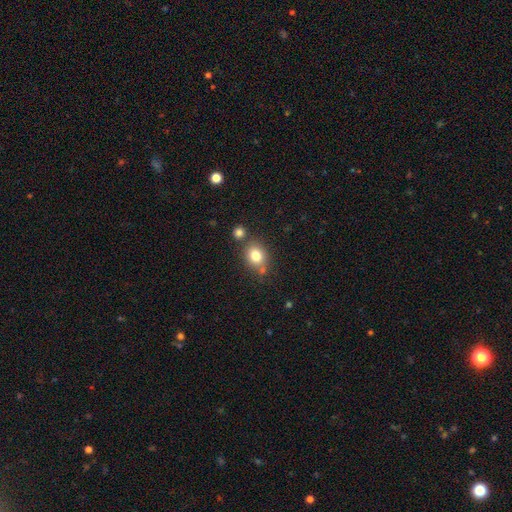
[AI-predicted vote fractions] The model was most divided on "how rounded": round: 58%, in between: 41%, cigar-shaped: 1%. More confident: smooth or featured — smooth (79%); merging — none (65%).